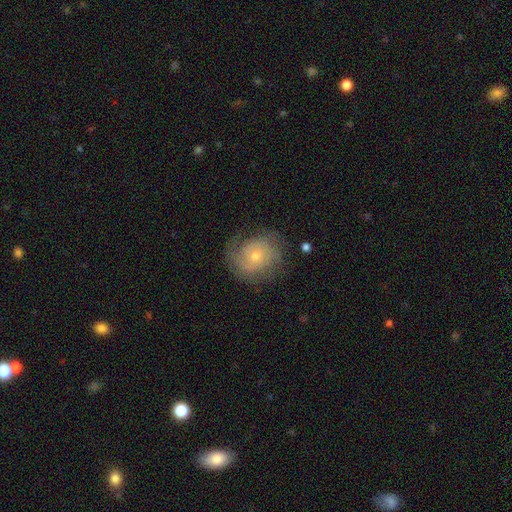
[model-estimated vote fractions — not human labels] A featured or disk galaxy (64%) with no bar (77%), tight (54%) spiral arms (85%) and a small central bulge (53%).

Vote fractions:
- Smooth or featured? featured or disk: 64% / smooth: 27% / star or artifact: 8%
- Edge-on disk? no: 97% / yes: 3%
- Bar? no: 77% / weak: 20% / strong: 3%
- Spiral arms? yes: 85% / no: 15%
- Spiral winding? tight: 54% / medium: 32% / loose: 14%
- Spiral arm count? can't tell: 37% / 2: 36% / 1: 11% / 3: 10% / 4: 4% / more than 4: 3%
- Bulge size? small: 53% / moderate: 43% / large: 2% / none: 1% / dominant: 1%
- Merging? none: 70% / minor disturbance: 19% / major disturbance: 10% / merger: 1%